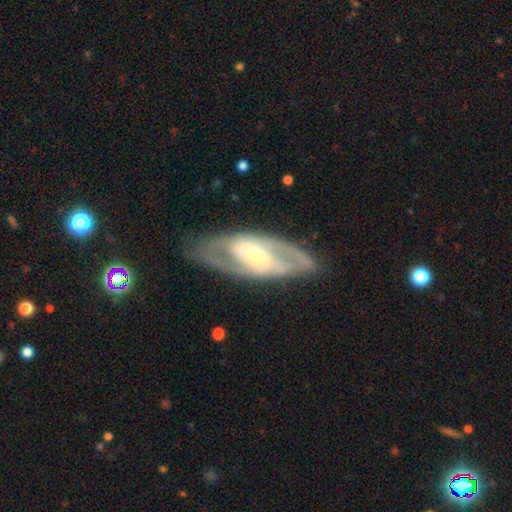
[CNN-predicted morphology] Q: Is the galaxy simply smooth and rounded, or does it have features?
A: featured or disk — 81%.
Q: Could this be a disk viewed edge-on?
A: no — 89%.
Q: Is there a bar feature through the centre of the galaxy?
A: no — 41%.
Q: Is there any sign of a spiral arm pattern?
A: yes — 76%.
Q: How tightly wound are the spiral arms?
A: medium — 43%.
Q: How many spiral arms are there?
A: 2 — 75%.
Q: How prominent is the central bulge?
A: small — 52%.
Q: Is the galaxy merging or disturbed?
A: none — 78%.